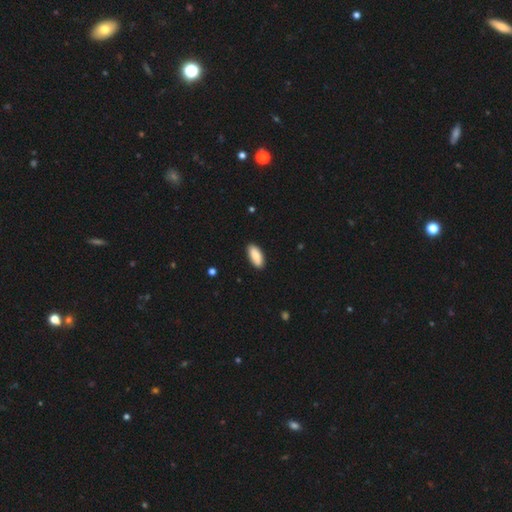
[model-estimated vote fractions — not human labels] Smooth or featured? smooth (87%)
How rounded? in between (87%)
Merging? none (88%)